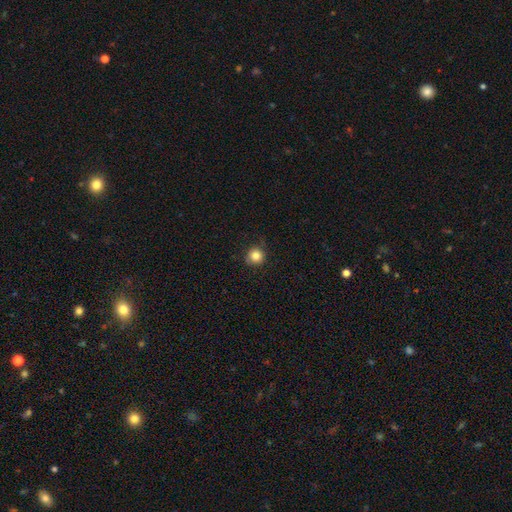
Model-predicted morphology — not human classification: type=smooth (83%); roundness=round (94%); merging=none (85%).